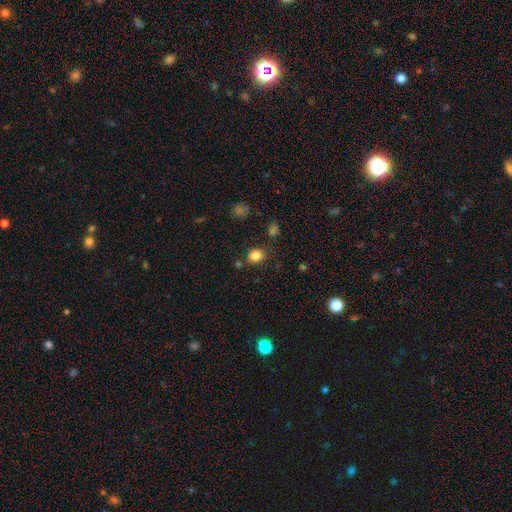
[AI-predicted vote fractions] A smooth galaxy with no disk features (83%) that is round (64%). Merging: none (77%).